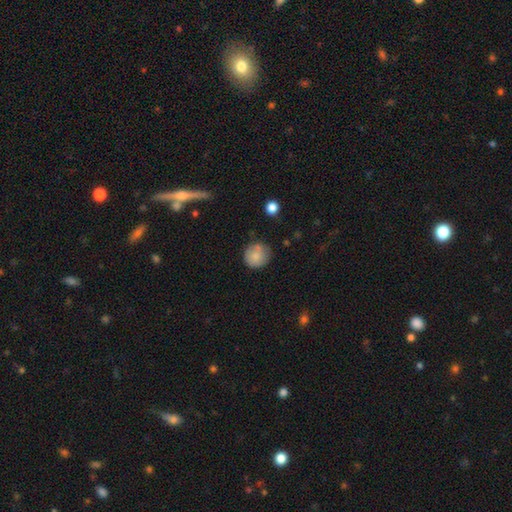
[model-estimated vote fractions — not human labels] smooth 79%, featured or disk 12%, star or artifact 8%. Down the decision tree: how rounded — round (89%); merging — none (69%).